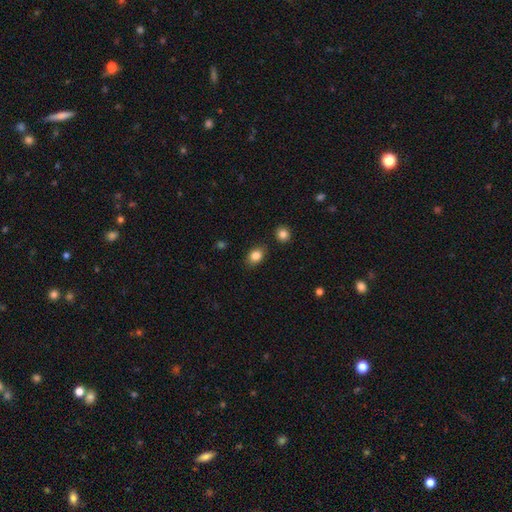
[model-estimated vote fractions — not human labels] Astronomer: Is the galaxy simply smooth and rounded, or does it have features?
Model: smooth — 84%.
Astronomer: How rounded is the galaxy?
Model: in between — 72%.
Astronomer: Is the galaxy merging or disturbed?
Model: none — 85%.